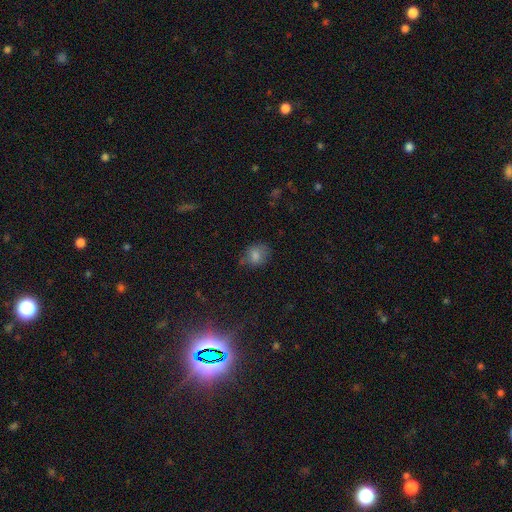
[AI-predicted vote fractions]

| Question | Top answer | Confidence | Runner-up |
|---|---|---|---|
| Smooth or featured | smooth | 73% | star or artifact (15%) |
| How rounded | round | 53% | in between (46%) |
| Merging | none | 67% | minor disturbance (23%) |